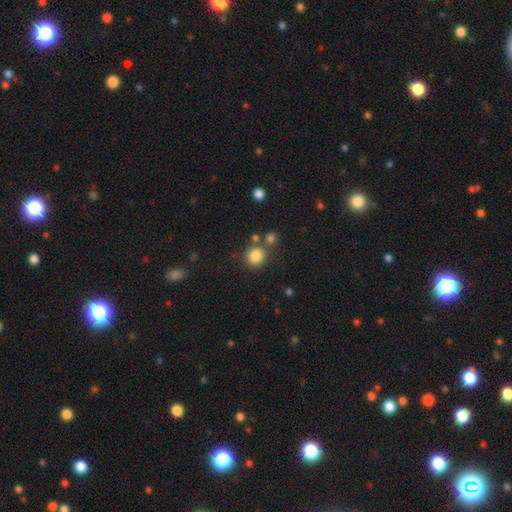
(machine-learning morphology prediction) Smooth or featured?
  - smooth: 84% *
  - star or artifact: 11%
  - featured or disk: 5%
How rounded?
  - round: 89% *
  - in between: 10%
  - cigar-shaped: 1%
Merging?
  - none: 73% *
  - merger: 14%
  - minor disturbance: 9%
  - major disturbance: 4%